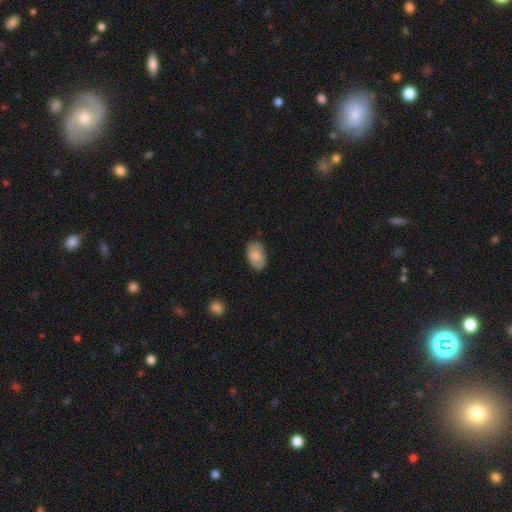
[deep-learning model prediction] Overall: smooth (81%). How rounded: in between (93%). Merging: none (81%).